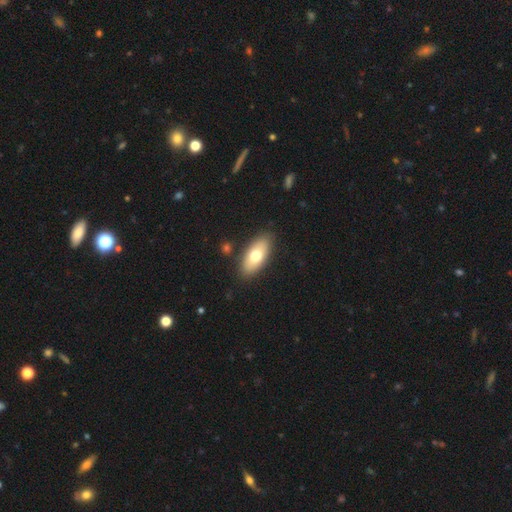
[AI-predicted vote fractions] Q: Smooth or featured?
A: smooth (69%); runner-up: featured or disk (25%)
Q: How rounded?
A: in between (88%); runner-up: cigar-shaped (9%)
Q: Merging?
A: none (85%); runner-up: minor disturbance (10%)